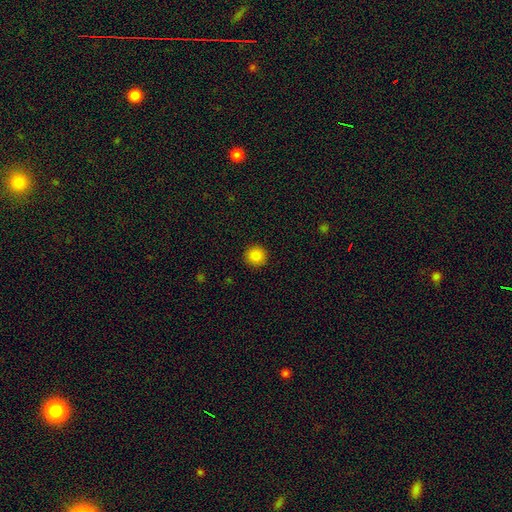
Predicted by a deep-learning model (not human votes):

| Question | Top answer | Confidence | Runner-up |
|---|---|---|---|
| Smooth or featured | smooth | 84% | star or artifact (10%) |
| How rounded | round | 94% | in between (5%) |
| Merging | none | 93% | minor disturbance (5%) |